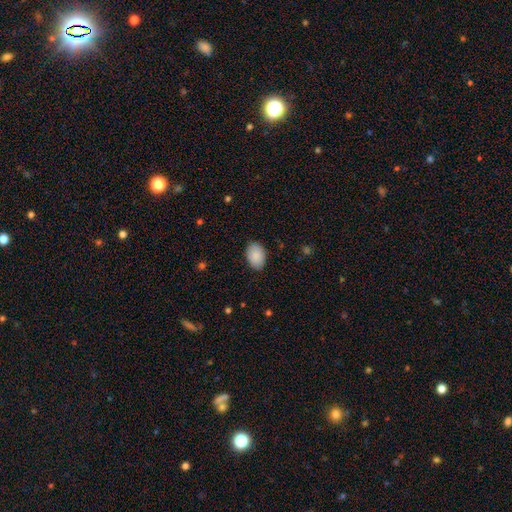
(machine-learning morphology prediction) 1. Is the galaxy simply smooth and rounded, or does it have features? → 89% smooth, 6% star or artifact, 4% featured or disk.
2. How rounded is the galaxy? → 87% in between, 12% round, 1% cigar-shaped.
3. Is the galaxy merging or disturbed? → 86% none, 11% minor disturbance, 2% major disturbance, 1% merger.